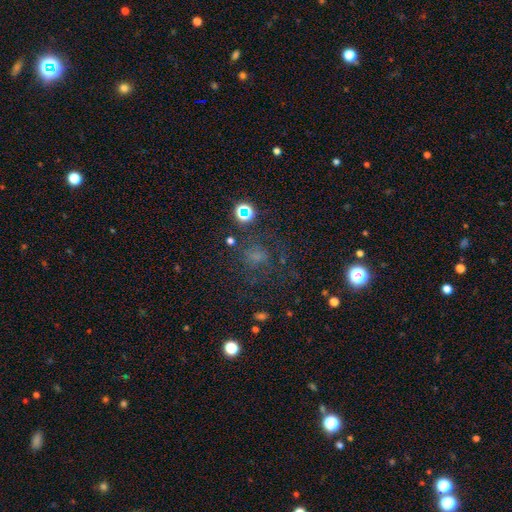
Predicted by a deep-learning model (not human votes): Smooth or featured: smooth — 39% (star or artifact — 36%)
Merging: none — 59% (major disturbance — 20%)